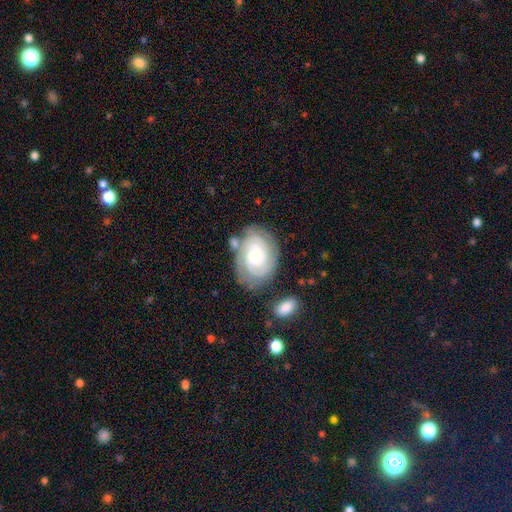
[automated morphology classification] This appears to be a featured or disk galaxy (80%) with no bar (62%), 2 (41%) tight (74%) spiral arms (96%) and a small central bulge (52%). Merging: none (70%).